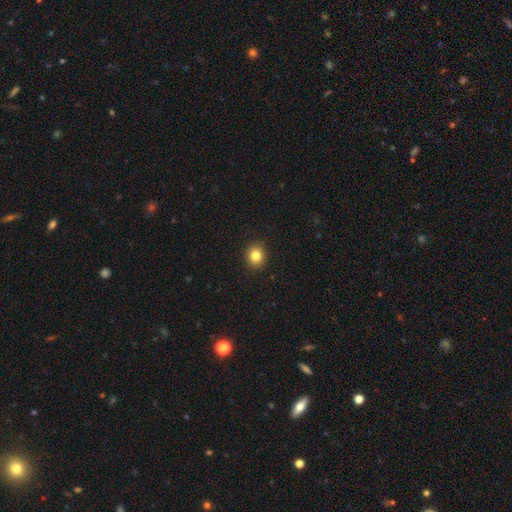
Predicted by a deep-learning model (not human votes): This appears to be a smooth galaxy with no disk features (83%) that is round (81%). Merging: none (91%).